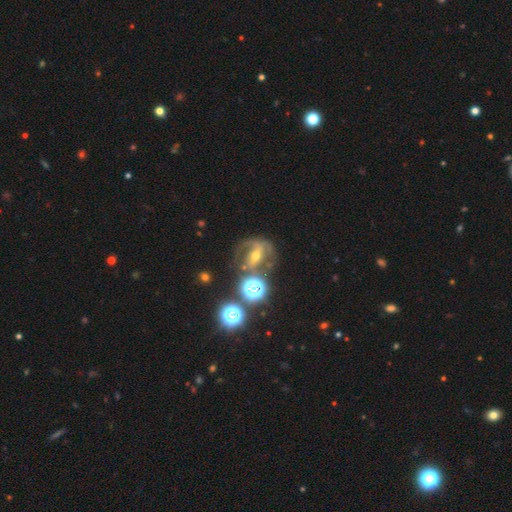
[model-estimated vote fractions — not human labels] The model was most divided on "bulge size": moderate: 52%, small: 42%, large: 3%, none: 2%, dominant: 1%. Remaining: edge-on disk — no (94%); spiral arms — yes (80%); smooth or featured — featured or disk (70%); spiral arm count — 2 (68%); merging — none (56%); bar — strong (50%); spiral winding — medium (47%).